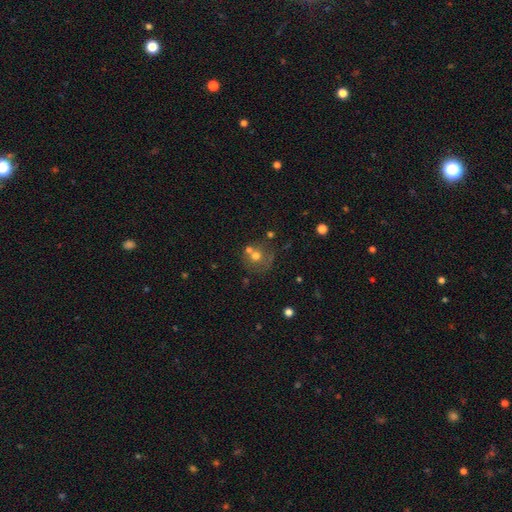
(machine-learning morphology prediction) This appears to be a smooth galaxy with no disk features (62%) that is round (86%). Merging: none (51%).